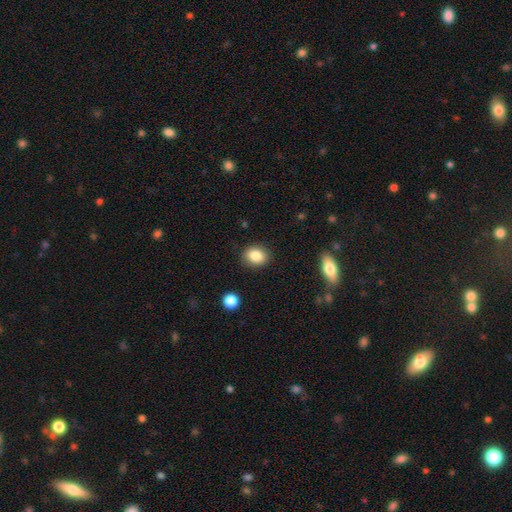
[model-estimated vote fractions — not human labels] Smooth or featured?
  - smooth: 84% *
  - star or artifact: 9%
  - featured or disk: 6%
How rounded?
  - in between: 52% *
  - round: 47%
  - cigar-shaped: 1%
Merging?
  - none: 88% *
  - minor disturbance: 9%
  - major disturbance: 2%
  - merger: 1%